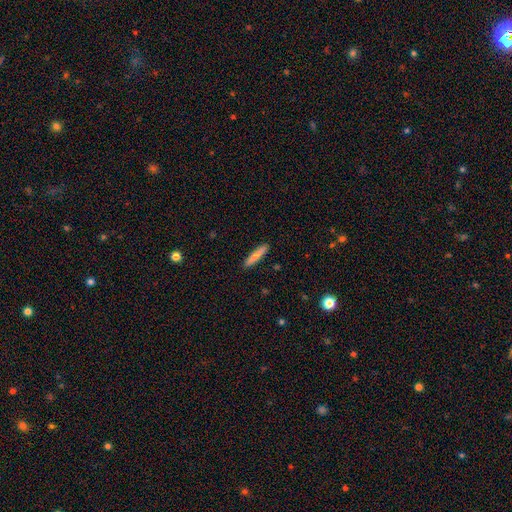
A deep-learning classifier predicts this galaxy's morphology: type=smooth (76%); roundness=cigar-shaped (91%); merging=none (90%).